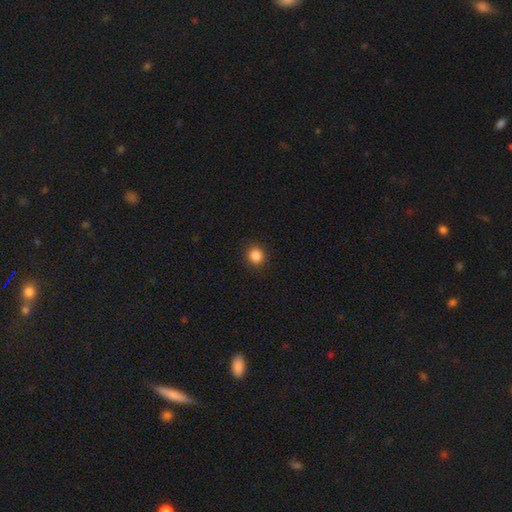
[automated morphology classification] smooth_or_featured: smooth (p=0.86) [alt: star or artifact p=0.11]
how_rounded: round (p=0.87) [alt: in between p=0.13]
merging: none (p=0.91) [alt: minor disturbance p=0.06]